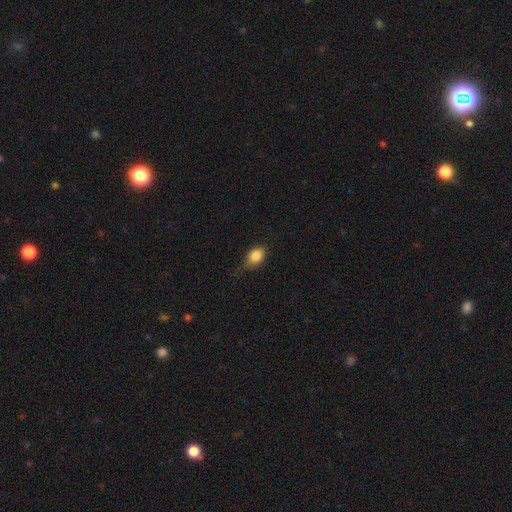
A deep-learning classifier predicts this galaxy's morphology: Smooth or featured? Predicted: smooth (p=0.82). How rounded? Predicted: in between (p=0.70). Merging? Predicted: none (p=0.59).